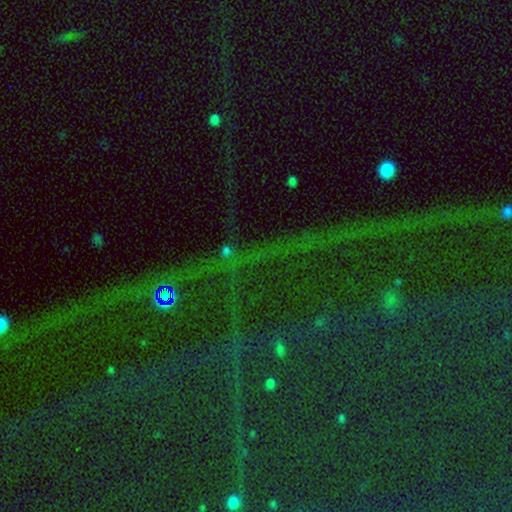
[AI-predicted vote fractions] A star or artifact, not a galaxy (81%).

Vote fractions:
- Smooth or featured? star or artifact: 81% / featured or disk: 10% / smooth: 9%